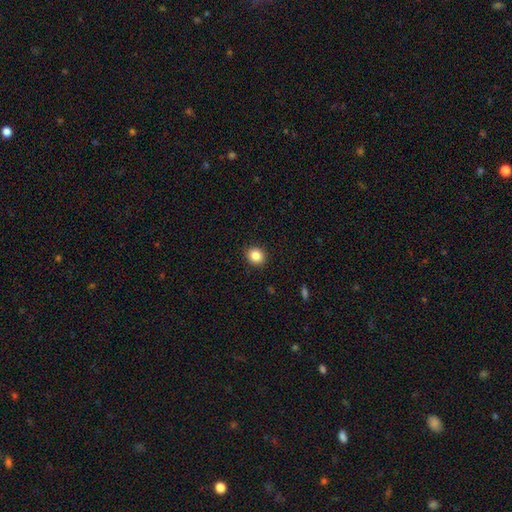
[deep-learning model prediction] Smooth or featured? Predicted: smooth (p=0.86). How rounded? Predicted: round (p=0.80). Merging? Predicted: none (p=0.91).